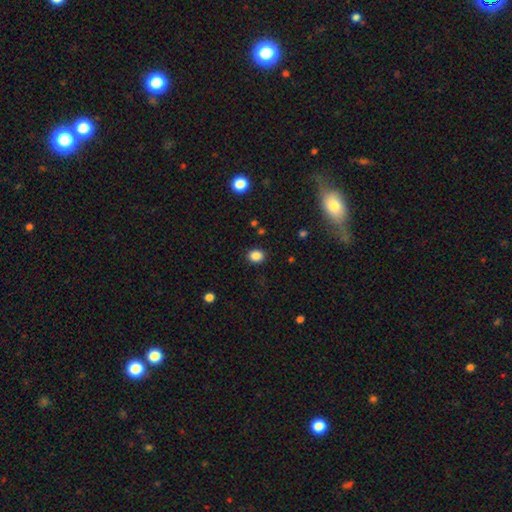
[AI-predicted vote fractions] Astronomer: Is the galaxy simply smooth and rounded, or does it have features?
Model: smooth — 86%.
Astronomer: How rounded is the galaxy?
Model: round — 64%.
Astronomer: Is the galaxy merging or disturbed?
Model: none — 89%.